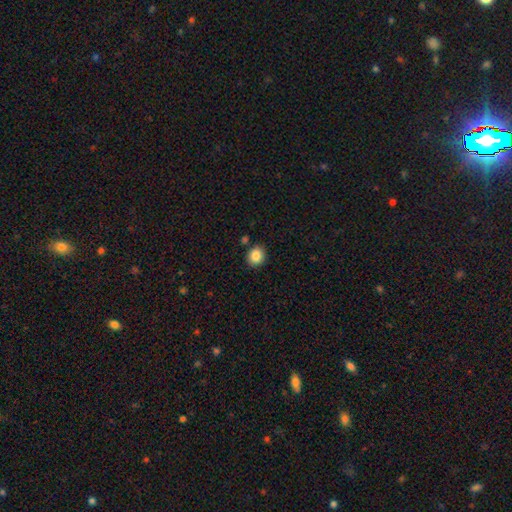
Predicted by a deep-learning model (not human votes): Q: Smooth or featured?
A: smooth (86%); runner-up: star or artifact (9%)
Q: How rounded?
A: round (75%); runner-up: in between (25%)
Q: Merging?
A: none (86%); runner-up: minor disturbance (8%)